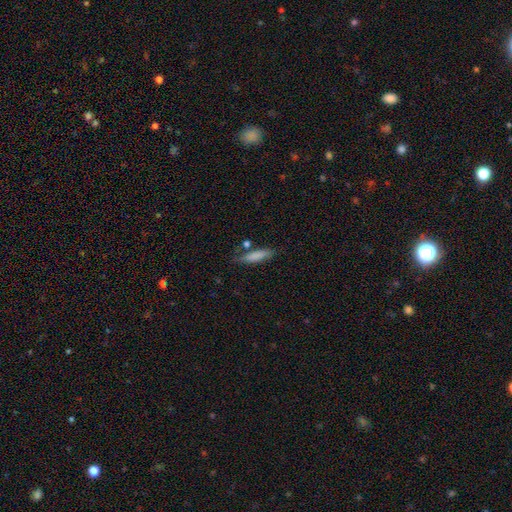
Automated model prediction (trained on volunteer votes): Smooth or featured?
  - smooth: 81% *
  - featured or disk: 13%
  - star or artifact: 7%
How rounded?
  - cigar-shaped: 73% *
  - in between: 25%
  - round: 2%
Merging?
  - none: 70% *
  - minor disturbance: 17%
  - merger: 8%
  - major disturbance: 4%